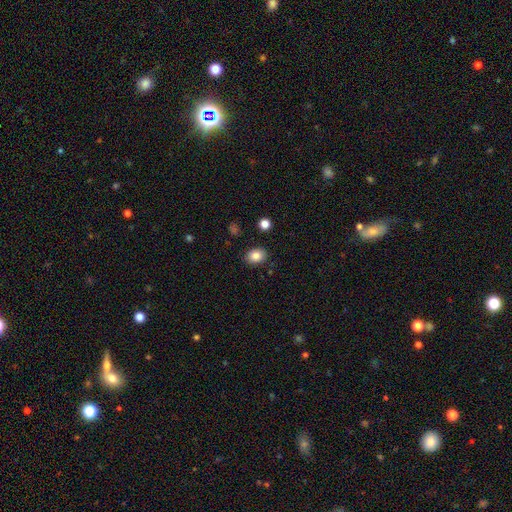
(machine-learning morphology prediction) Smooth or featured?
  - smooth: 86% *
  - star or artifact: 9%
  - featured or disk: 5%
How rounded?
  - in between: 56% *
  - round: 43%
  - cigar-shaped: 1%
Merging?
  - none: 87% *
  - minor disturbance: 9%
  - major disturbance: 2%
  - merger: 2%